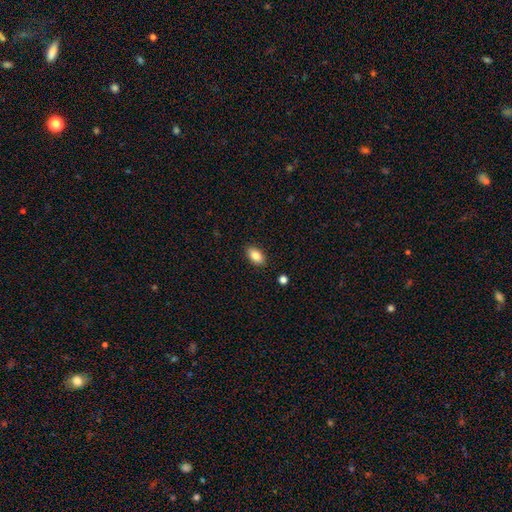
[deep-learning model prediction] smooth 84%, featured or disk 8%, star or artifact 8%. Down the decision tree: how rounded — in between (91%); merging — none (89%).